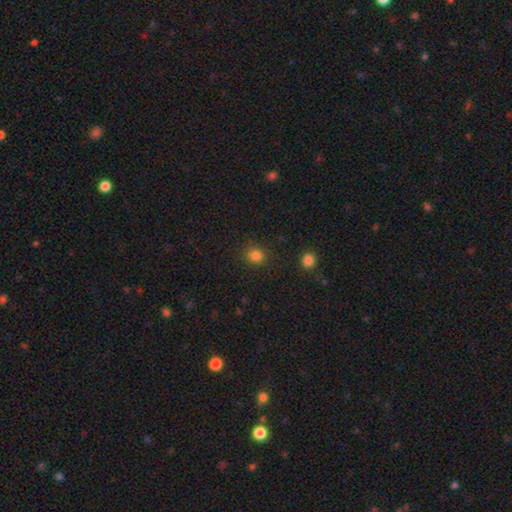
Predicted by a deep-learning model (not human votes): Q: Smooth or featured?
A: smooth (82%); runner-up: star or artifact (13%)
Q: How rounded?
A: round (81%); runner-up: in between (18%)
Q: Merging?
A: none (87%); runner-up: minor disturbance (9%)